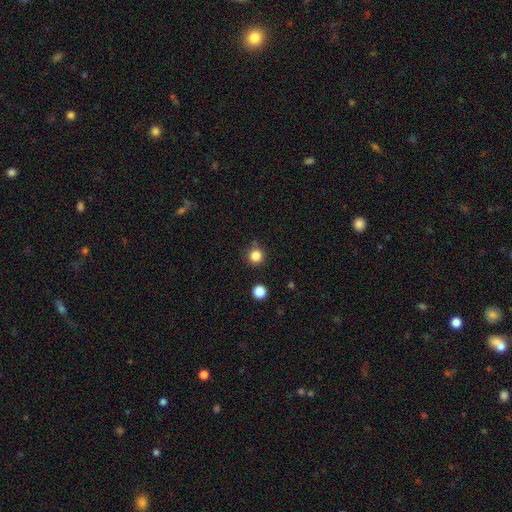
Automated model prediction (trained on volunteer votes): Smooth or featured? Predicted: smooth (p=0.84). How rounded? Predicted: round (p=0.95). Merging? Predicted: none (p=0.87).